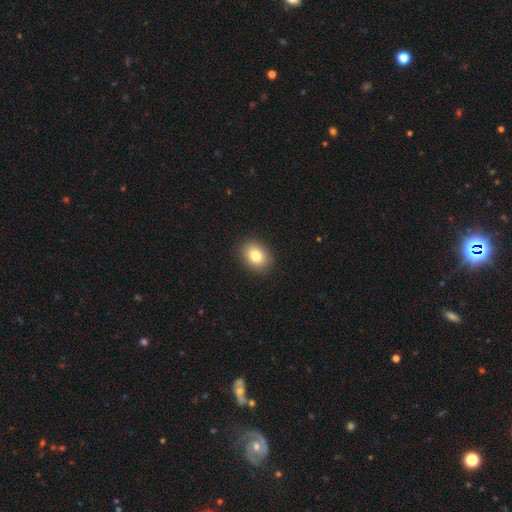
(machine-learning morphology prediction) A smooth galaxy with no disk features (80%) that is in between round and cigar-shaped (52%). Merging: none (90%).